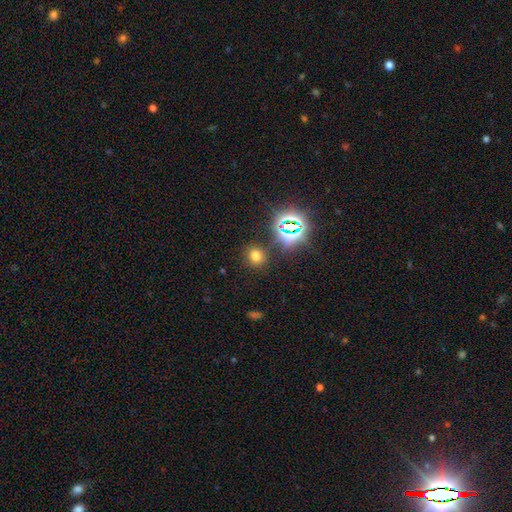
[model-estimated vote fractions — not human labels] Morphology: type=smooth (65%); roundness=round (81%); merging=none (84%).